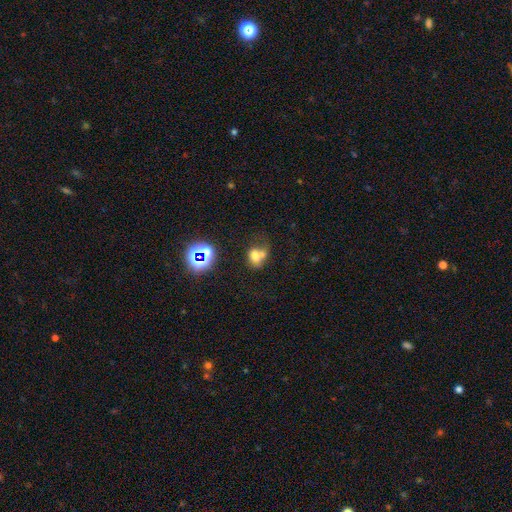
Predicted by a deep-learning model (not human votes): Smooth or featured? smooth (63%)
How rounded? in between (55%)
Merging? merger (45%)